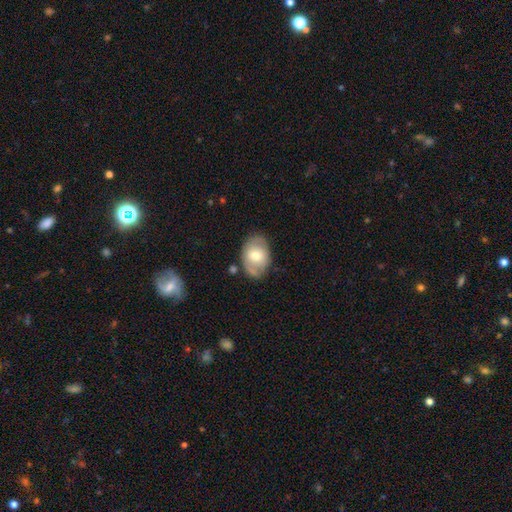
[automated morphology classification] type=smooth (60%); roundness=in between (77%); merging=none (69%).